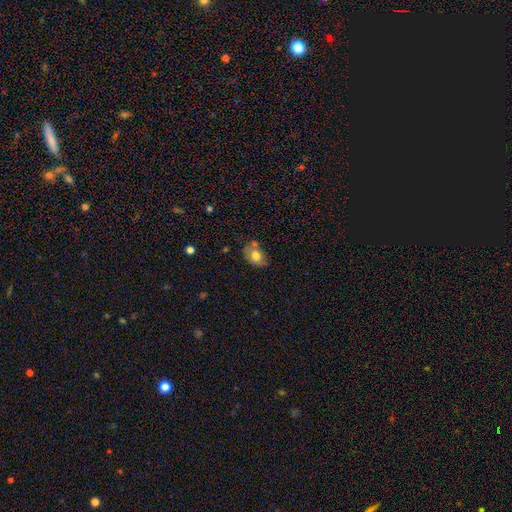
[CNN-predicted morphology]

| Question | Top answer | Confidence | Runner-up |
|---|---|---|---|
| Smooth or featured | smooth | 70% | featured or disk (22%) |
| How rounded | in between | 77% | round (22%) |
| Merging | none | 46% | minor disturbance (30%) |